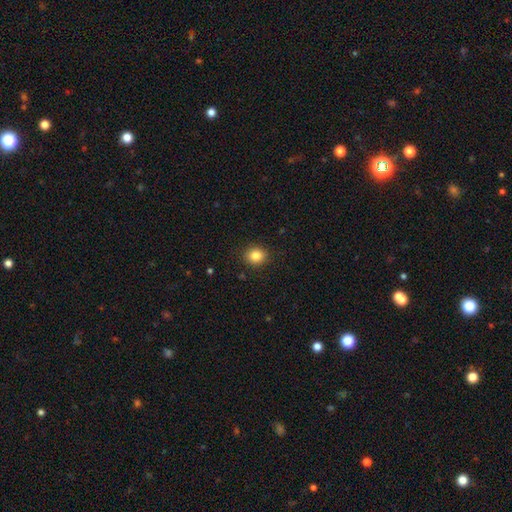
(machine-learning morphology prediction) Q: Smooth or featured?
A: smooth (84%); runner-up: star or artifact (10%)
Q: How rounded?
A: round (77%); runner-up: in between (22%)
Q: Merging?
A: none (90%); runner-up: minor disturbance (7%)